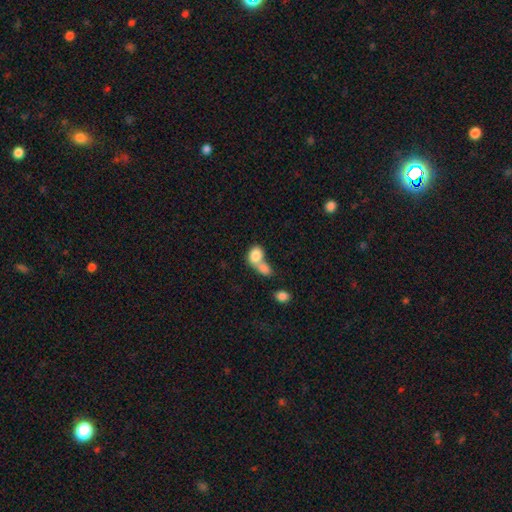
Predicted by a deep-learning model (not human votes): A smooth galaxy with no disk features (82%) that is in between round and cigar-shaped (67%).

Vote fractions:
- Smooth or featured? smooth: 82% / featured or disk: 10% / star or artifact: 7%
- How rounded? in between: 67% / round: 31% / cigar-shaped: 2%
- Merging? merger: 69% / none: 21% / minor disturbance: 6% / major disturbance: 4%